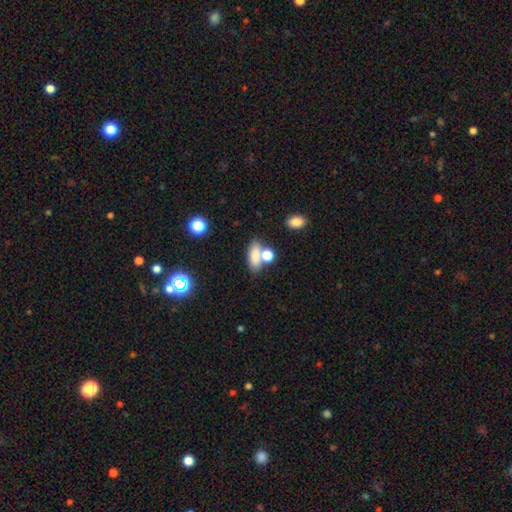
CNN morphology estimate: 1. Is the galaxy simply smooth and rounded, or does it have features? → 77% smooth, 13% star or artifact, 10% featured or disk.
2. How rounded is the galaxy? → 76% in between, 13% cigar-shaped, 11% round.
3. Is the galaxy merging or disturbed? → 55% none, 26% merger, 13% minor disturbance, 6% major disturbance.